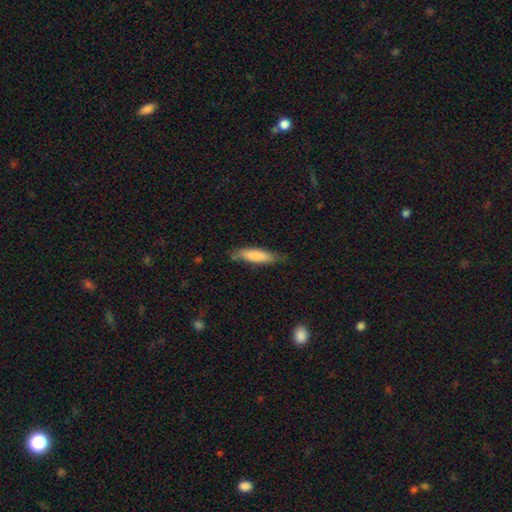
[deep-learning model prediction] This appears to be a smooth galaxy with no disk features (81%) that is cigar-shaped (67%). Merging: none (75%).